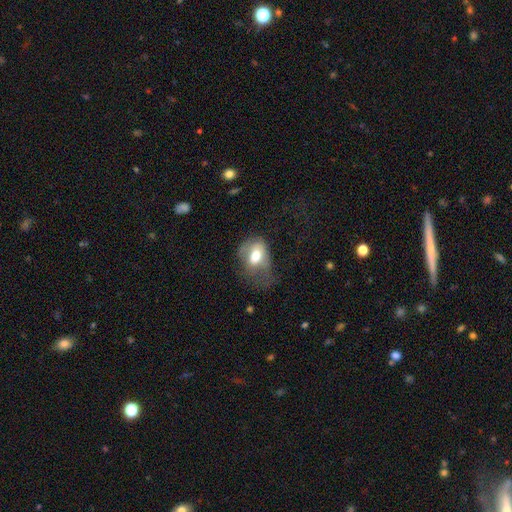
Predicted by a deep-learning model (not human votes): Smooth or featured: smooth — 68% (featured or disk — 24%)
How rounded: in between — 70% (round — 29%)
Merging: major disturbance — 44% (minor disturbance — 29%)